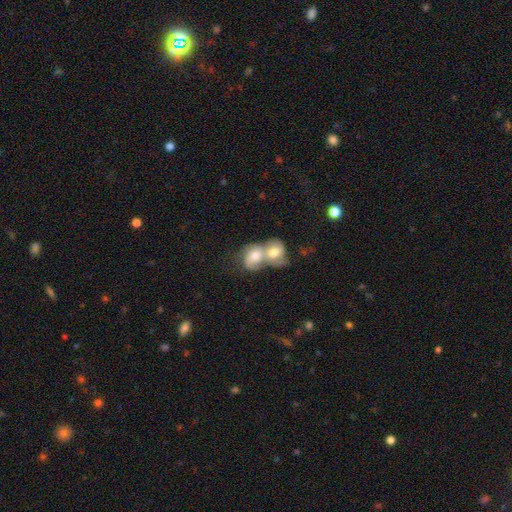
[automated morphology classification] smooth_or_featured: smooth (p=0.48) [alt: featured or disk p=0.42]
merging: merger (p=0.82) [alt: none p=0.10]